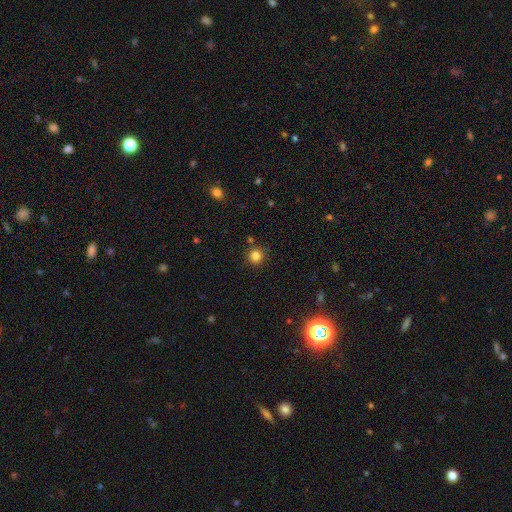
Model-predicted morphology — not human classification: smooth 82%, star or artifact 14%, featured or disk 5%. Down the decision tree: how rounded — round (94%); merging — none (88%).